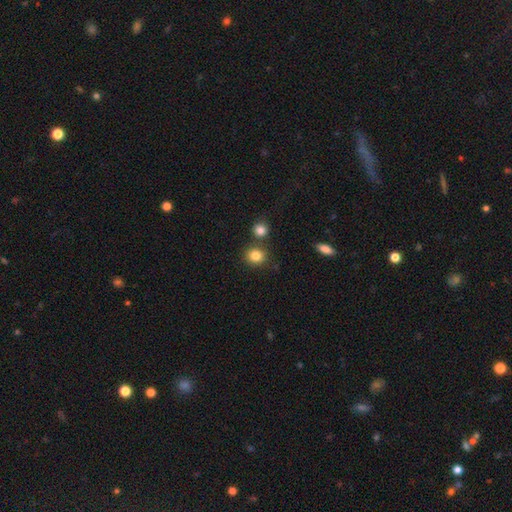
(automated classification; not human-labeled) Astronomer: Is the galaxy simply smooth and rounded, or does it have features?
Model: smooth — 83%.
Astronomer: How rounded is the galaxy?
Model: round — 80%.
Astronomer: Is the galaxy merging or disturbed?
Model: none — 76%.